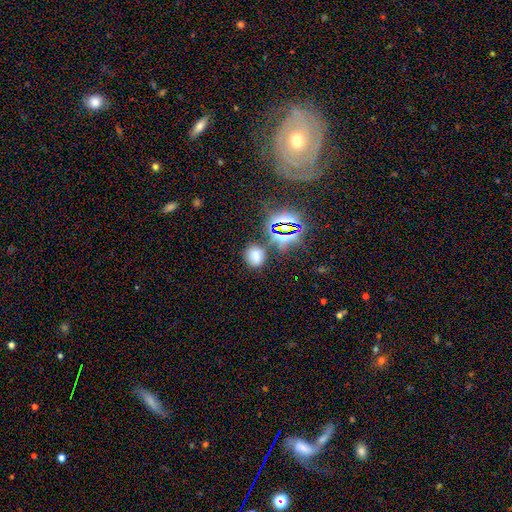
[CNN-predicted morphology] This is possibly a smooth galaxy (59%). How rounded: likely round (61%). Merging: likely none (73%).